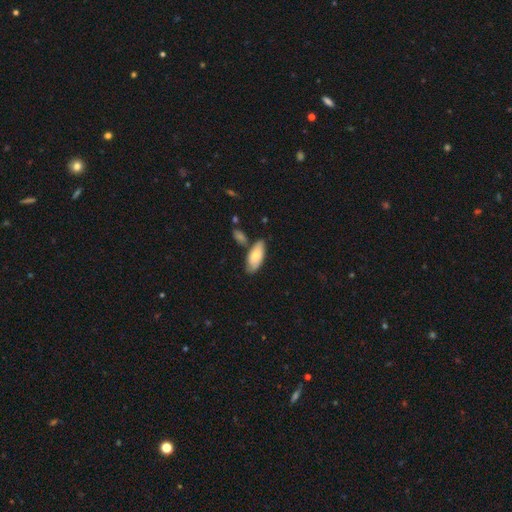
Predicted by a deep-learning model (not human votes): This is likely a smooth galaxy (72%). How rounded: clearly in between (86%). Merging: likely none (70%).